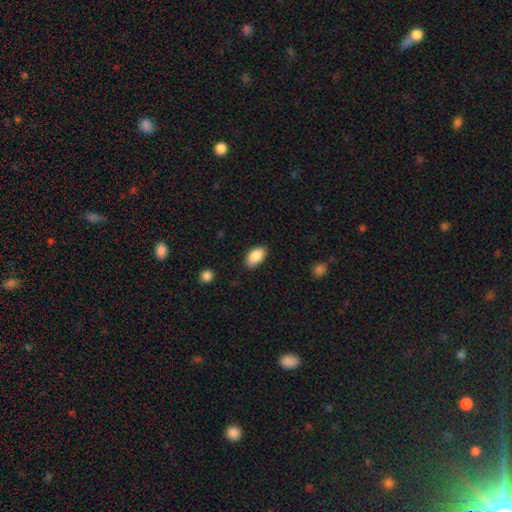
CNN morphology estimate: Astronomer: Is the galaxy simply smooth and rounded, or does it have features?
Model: smooth — 88%.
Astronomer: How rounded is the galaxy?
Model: in between — 93%.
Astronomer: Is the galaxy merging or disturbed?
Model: none — 80%.